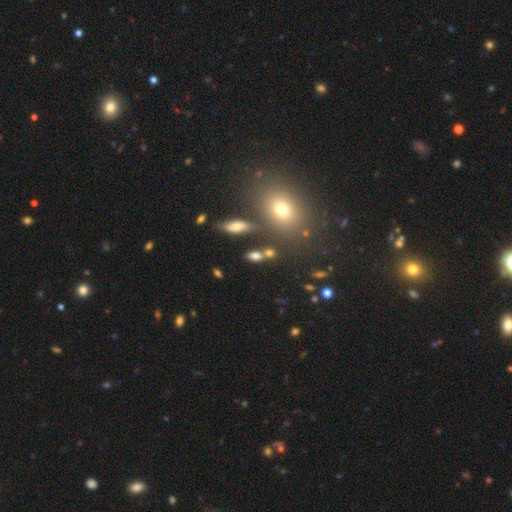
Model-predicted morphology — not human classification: A smooth galaxy with no disk features (71%) that is in between round and cigar-shaped (71%). Merging: none (57%).